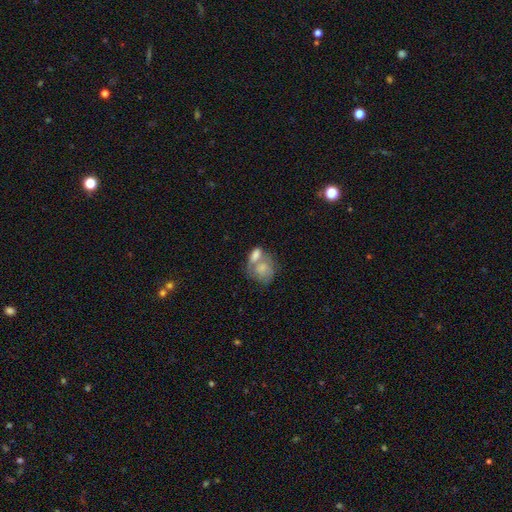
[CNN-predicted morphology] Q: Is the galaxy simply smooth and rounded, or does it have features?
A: smooth — 69%.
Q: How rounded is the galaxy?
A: in between — 67%.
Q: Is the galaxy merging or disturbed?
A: merger — 62%.